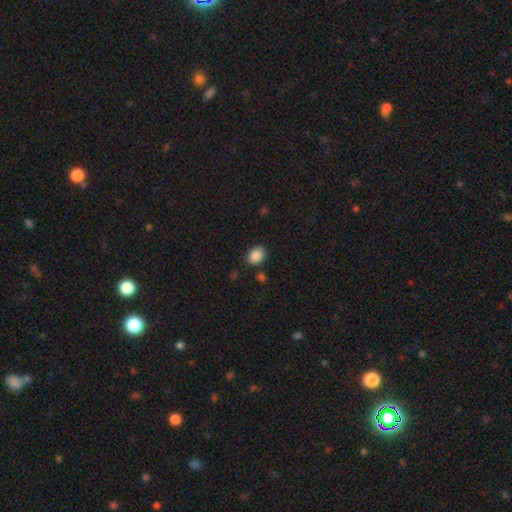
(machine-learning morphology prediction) Q: Smooth or featured?
A: smooth (88%); runner-up: star or artifact (9%)
Q: How rounded?
A: in between (58%); runner-up: round (41%)
Q: Merging?
A: none (81%); runner-up: minor disturbance (12%)